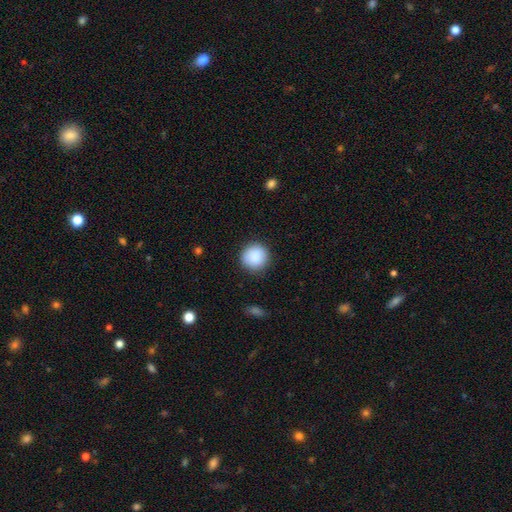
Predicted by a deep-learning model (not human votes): A smooth galaxy with no disk features (89%) that is round (94%).

Vote fractions:
- Smooth or featured? smooth: 89% / star or artifact: 7% / featured or disk: 3%
- How rounded? round: 94% / in between: 5% / cigar-shaped: 1%
- Merging? none: 89% / minor disturbance: 7% / major disturbance: 2% / merger: 1%